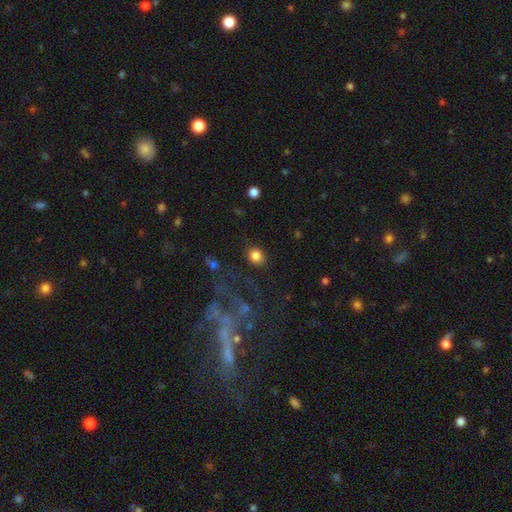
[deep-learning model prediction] Smooth or featured? Predicted: smooth (p=0.82). How rounded? Predicted: round (p=0.65). Merging? Predicted: none (p=0.83).